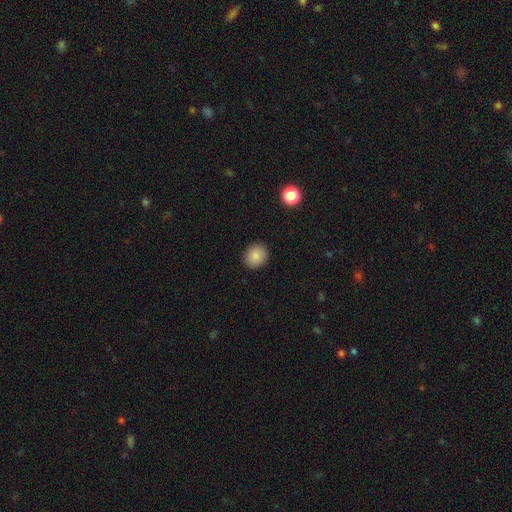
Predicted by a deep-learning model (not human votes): Smooth or featured? Predicted: smooth (p=0.87). How rounded? Predicted: round (p=0.81). Merging? Predicted: none (p=0.91).